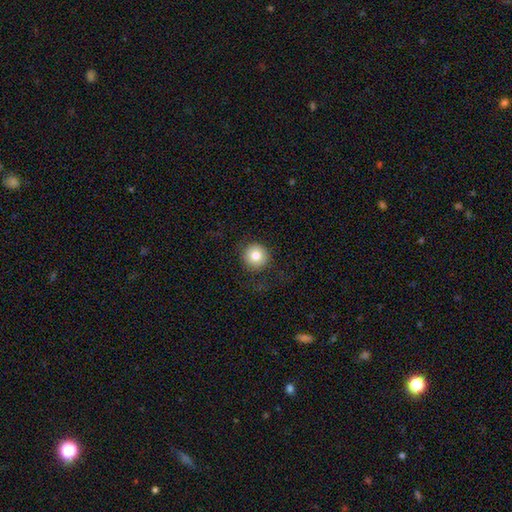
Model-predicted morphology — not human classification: Smooth or featured? Predicted: smooth (p=0.80). How rounded? Predicted: round (p=0.95). Merging? Predicted: none (p=0.85).